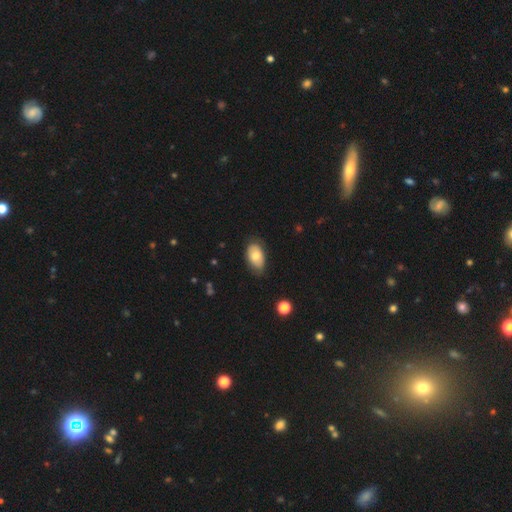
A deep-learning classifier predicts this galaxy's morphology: smooth 73%, featured or disk 20%, star or artifact 7%. Down the decision tree: how rounded — in between (93%); merging — none (71%).